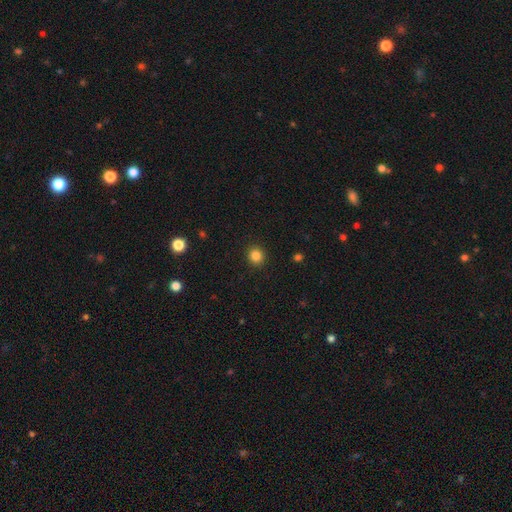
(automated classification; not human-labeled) Smooth or featured: smooth — 85% (star or artifact — 11%)
How rounded: round — 87% (in between — 12%)
Merging: none — 92% (minor disturbance — 5%)